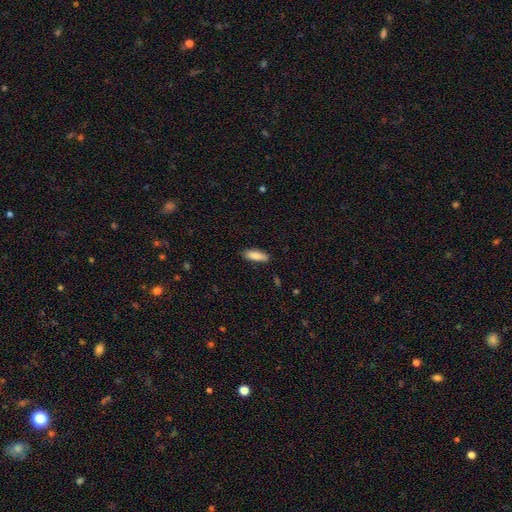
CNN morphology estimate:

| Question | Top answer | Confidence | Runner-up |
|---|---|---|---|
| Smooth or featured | smooth | 84% | featured or disk (10%) |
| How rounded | in between | 59% | cigar-shaped (39%) |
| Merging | none | 86% | minor disturbance (11%) |